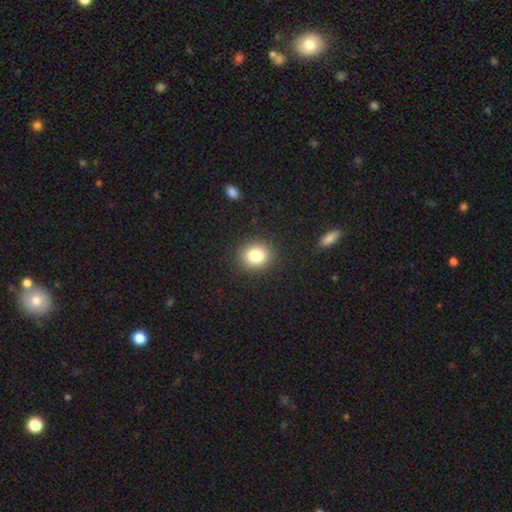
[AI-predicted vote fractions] Overall: smooth (82%). How rounded: round (77%). Merging: none (90%).